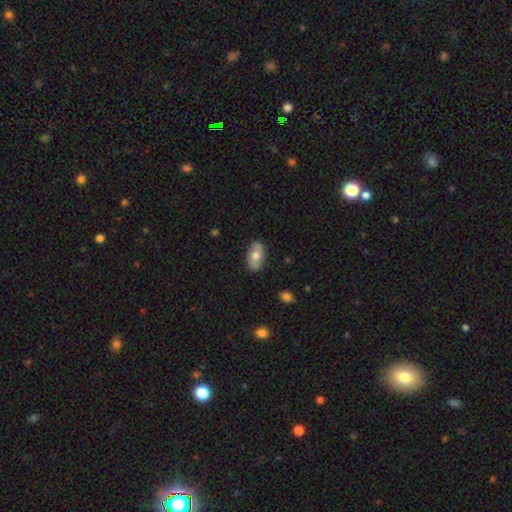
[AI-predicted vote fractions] Smooth or featured?
  - smooth: 66% *
  - featured or disk: 28%
  - star or artifact: 7%
How rounded?
  - in between: 92% *
  - round: 5%
  - cigar-shaped: 3%
Merging?
  - none: 84% *
  - minor disturbance: 12%
  - major disturbance: 2%
  - merger: 1%